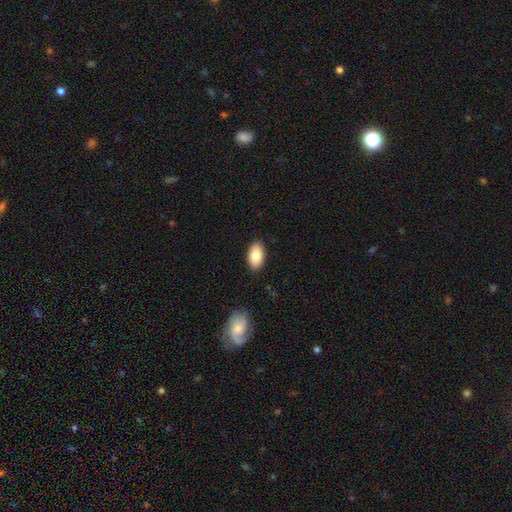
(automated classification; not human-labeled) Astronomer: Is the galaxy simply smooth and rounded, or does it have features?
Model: smooth — 81%.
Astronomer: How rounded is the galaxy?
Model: in between — 94%.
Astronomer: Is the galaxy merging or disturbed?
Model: none — 89%.